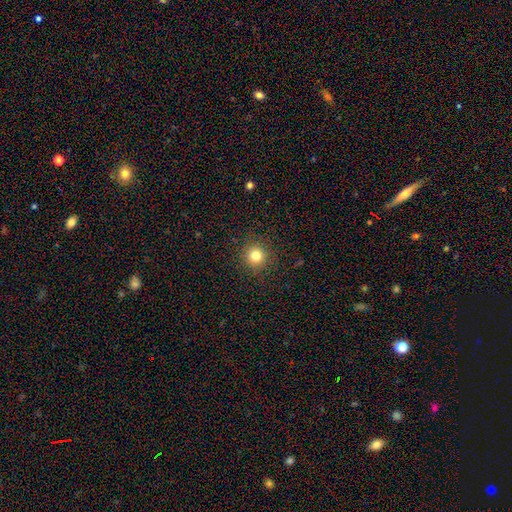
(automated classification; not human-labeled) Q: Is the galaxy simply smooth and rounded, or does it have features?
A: smooth — 80%.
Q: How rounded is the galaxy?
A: round — 94%.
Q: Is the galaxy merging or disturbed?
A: none — 90%.